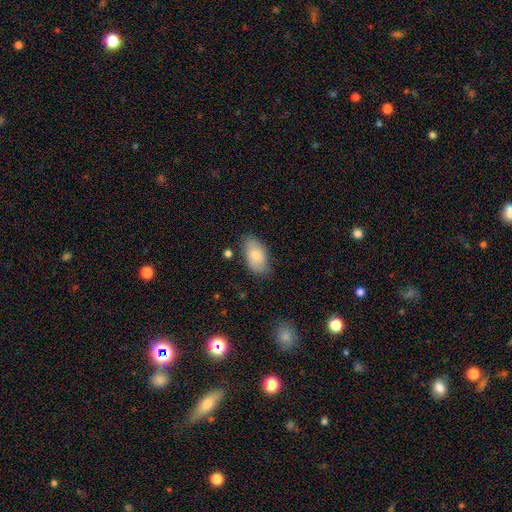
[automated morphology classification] type=smooth (77%); roundness=in between (94%); merging=none (72%).